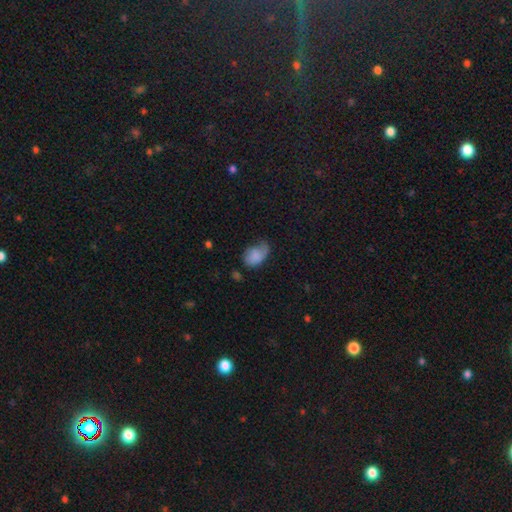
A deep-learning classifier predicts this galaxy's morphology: The model was most divided on "merging": minor disturbance: 37%, none: 34%, major disturbance: 26%, merger: 3%. More confident: how rounded — in between (82%); smooth or featured — smooth (70%).